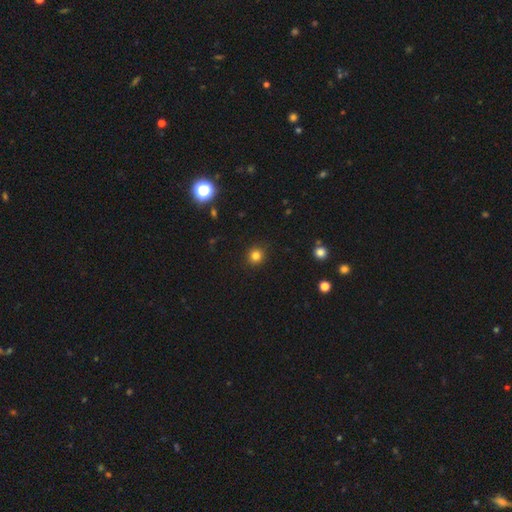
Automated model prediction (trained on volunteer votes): The model was most divided on "smooth or featured": smooth: 82%, star or artifact: 13%, featured or disk: 5%. More confident: how rounded — round (92%); merging — none (91%).